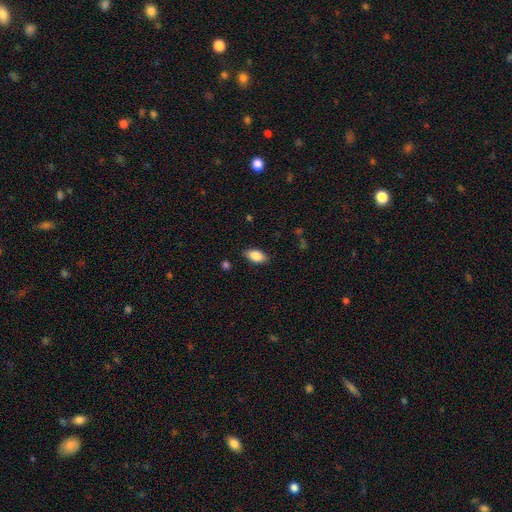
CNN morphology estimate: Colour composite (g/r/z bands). It shows a smooth galaxy with no disk features (85%) that is in between round and cigar-shaped (92%). Merging: none (86%).